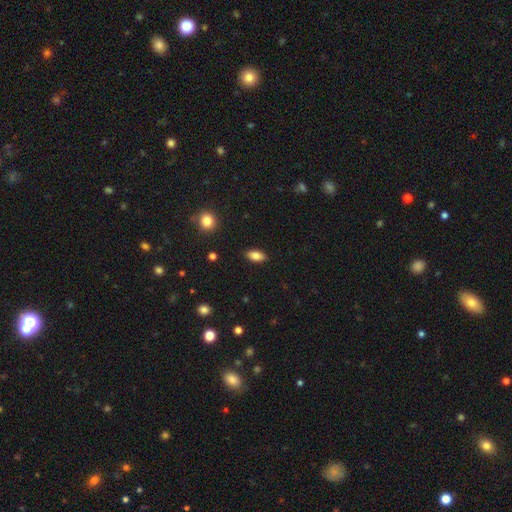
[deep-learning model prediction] The model was most divided on "smooth or featured": smooth: 82%, featured or disk: 10%, star or artifact: 8%. More confident: how rounded — in between (89%); merging — none (88%).